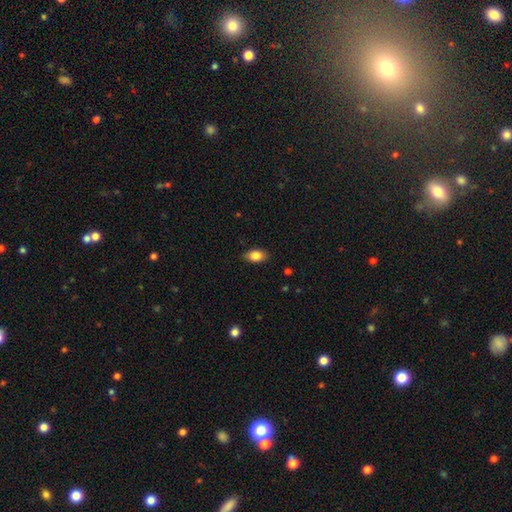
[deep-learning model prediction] smooth-or-featured: smooth: 85% | featured or disk: 8% | star or artifact: 8%
  how-rounded: in between: 90% | round: 7% | cigar-shaped: 3%
  merging: none: 86% | minor disturbance: 11% | major disturbance: 2% | merger: 1%